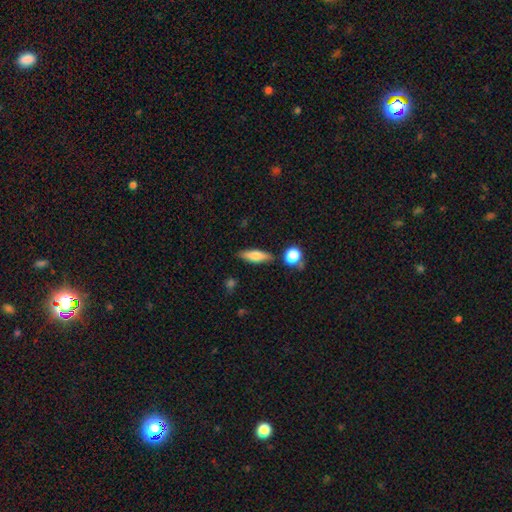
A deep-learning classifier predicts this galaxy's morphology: Smooth or featured? smooth (71%)
How rounded? cigar-shaped (48%, tied with in between)
Merging? none (80%)